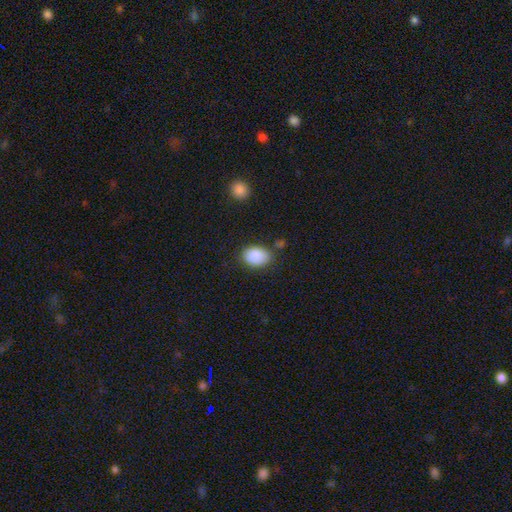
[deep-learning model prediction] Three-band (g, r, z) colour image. It shows a smooth galaxy with no disk features (89%) that is in between round and cigar-shaped (79%). Merging: none (76%).